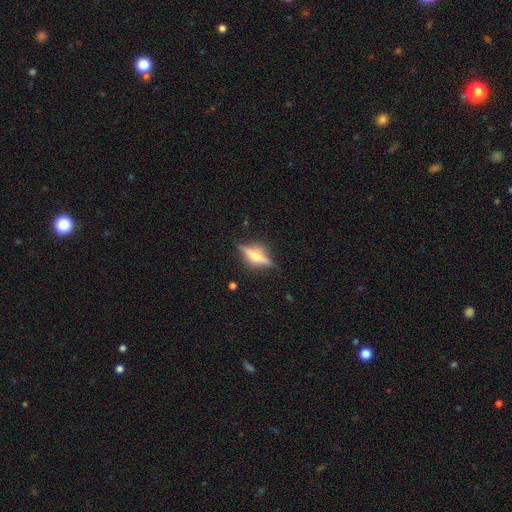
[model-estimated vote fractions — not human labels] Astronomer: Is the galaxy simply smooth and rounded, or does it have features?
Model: featured or disk — 73%.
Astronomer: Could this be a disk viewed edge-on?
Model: yes — 95%.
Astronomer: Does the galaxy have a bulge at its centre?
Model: rounded — 90%.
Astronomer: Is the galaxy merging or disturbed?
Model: none — 83%.